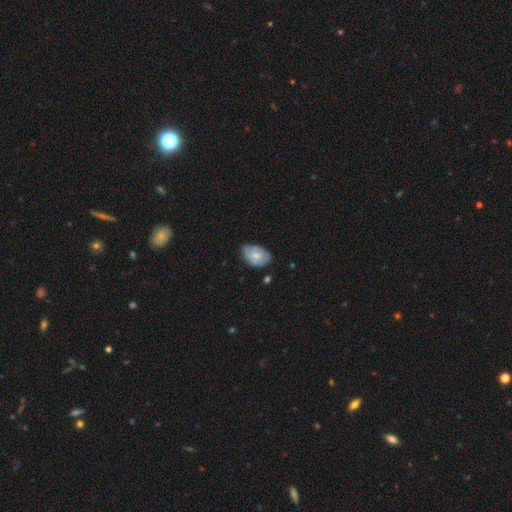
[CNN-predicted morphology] smooth-or-featured: smooth: 59% | featured or disk: 35% | star or artifact: 7%
  how-rounded: in between: 86% | round: 13% | cigar-shaped: 1%
  merging: none: 62% | minor disturbance: 30% | major disturbance: 5% | merger: 2%